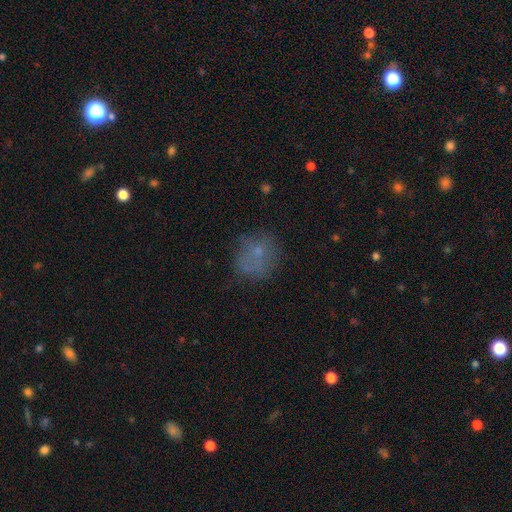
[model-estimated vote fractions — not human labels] Smooth or featured? smooth (58%)
How rounded? round (74%)
Merging? none (63%)